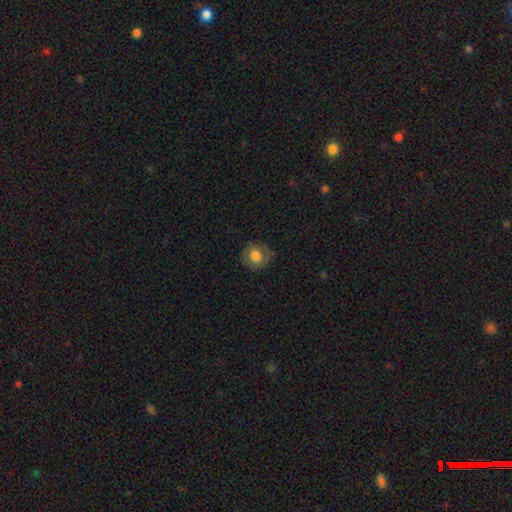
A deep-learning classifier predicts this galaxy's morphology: Smooth or featured? smooth (75%)
How rounded? round (86%)
Merging? none (77%)